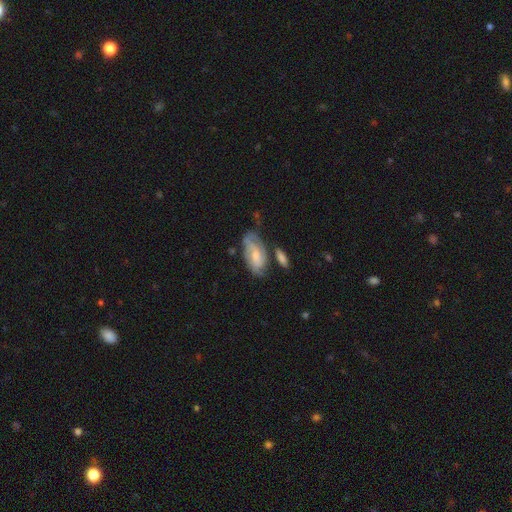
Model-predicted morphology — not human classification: This is likely a featured or disk galaxy (61%). It is clearly not viewed edge-on (93%). Bar: possibly no (51%). Spiral arm pattern: clearly yes (86%). Central bulge: marginally moderate (42%). Merging: possibly none (55%).